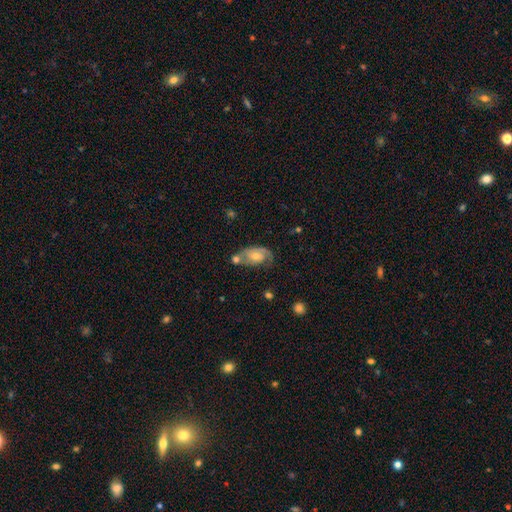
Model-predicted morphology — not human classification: Smooth or featured: featured or disk — 58% (smooth — 35%)
Edge-on disk: no — 95% (yes — 5%)
Bar: no — 72% (weak — 24%)
Spiral arms: yes — 80% (no — 20%)
Bulge size: moderate — 46% (small — 44%)
Merging: none — 39% (minor disturbance — 23%)